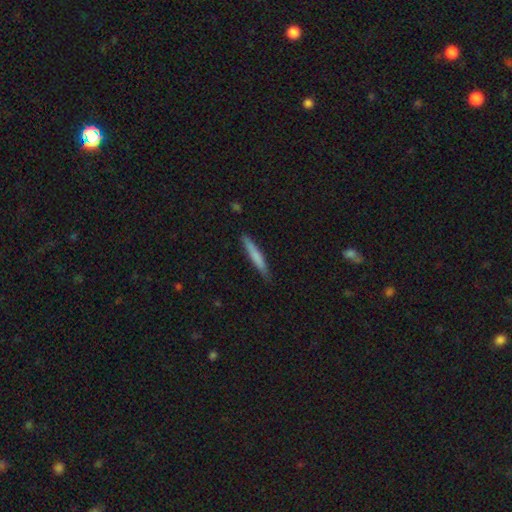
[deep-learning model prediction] Smooth or featured?
  - smooth: 71% *
  - featured or disk: 23%
  - star or artifact: 6%
How rounded?
  - cigar-shaped: 95% *
  - in between: 4%
  - round: 1%
Merging?
  - none: 85% *
  - minor disturbance: 12%
  - major disturbance: 2%
  - merger: 1%